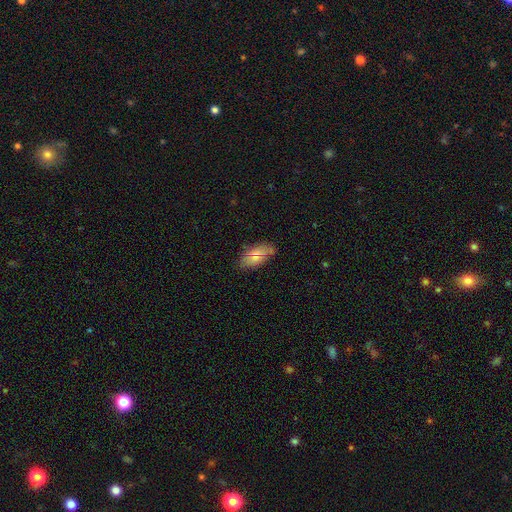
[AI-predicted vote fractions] smooth 66%, featured or disk 23%, star or artifact 11%. Down the decision tree: how rounded — in between (88%); merging — none (67%).